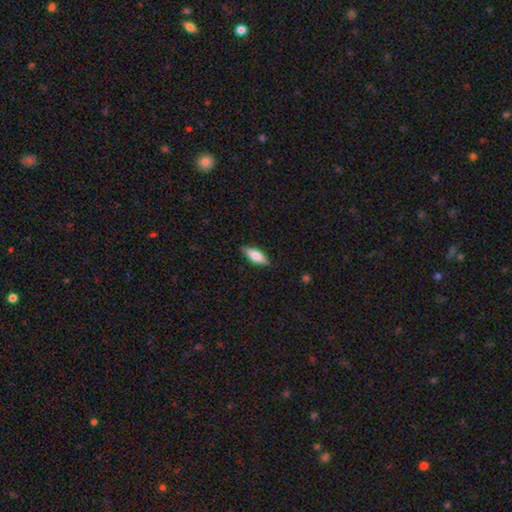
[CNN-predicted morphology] Smooth or featured: smooth — 66% (featured or disk — 27%)
How rounded: in between — 65% (cigar-shaped — 33%)
Merging: none — 86% (minor disturbance — 11%)